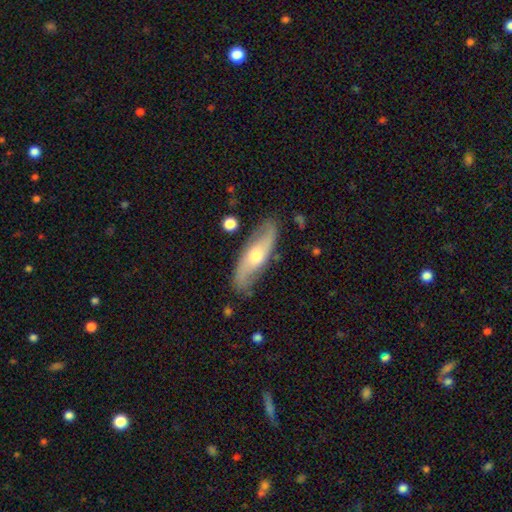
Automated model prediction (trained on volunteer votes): Smooth or featured?
  - featured or disk: 61% *
  - smooth: 34%
  - star or artifact: 5%
Edge-on disk?
  - no: 73% *
  - yes: 27%
Merging?
  - none: 81% *
  - minor disturbance: 14%
  - major disturbance: 3%
  - merger: 2%